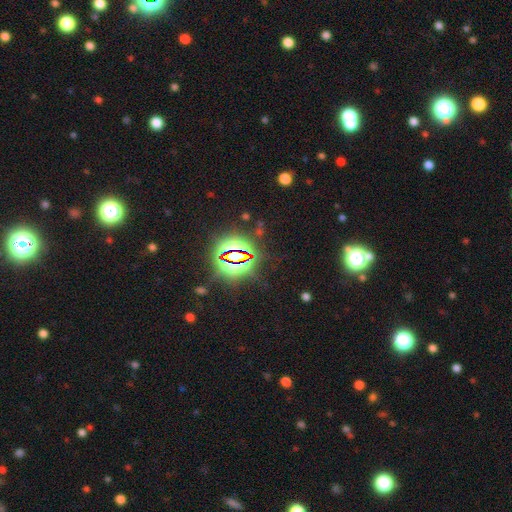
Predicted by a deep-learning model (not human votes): Smooth or featured? star or artifact (82%)